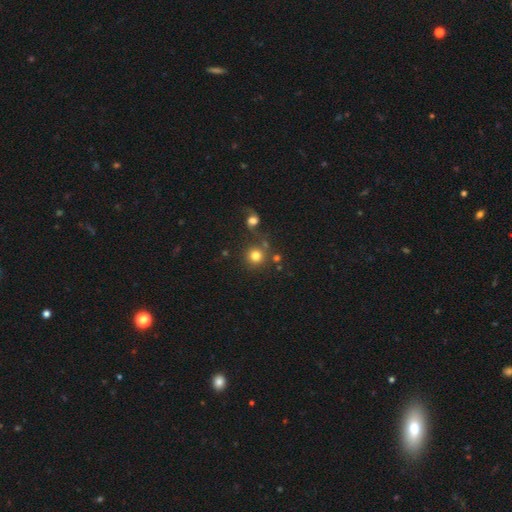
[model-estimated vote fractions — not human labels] A smooth galaxy with no disk features (77%) that is round (93%).

Vote fractions:
- Smooth or featured? smooth: 77% / star or artifact: 13% / featured or disk: 10%
- How rounded? round: 93% / in between: 6% / cigar-shaped: 1%
- Merging? none: 73% / merger: 14% / minor disturbance: 9% / major disturbance: 5%